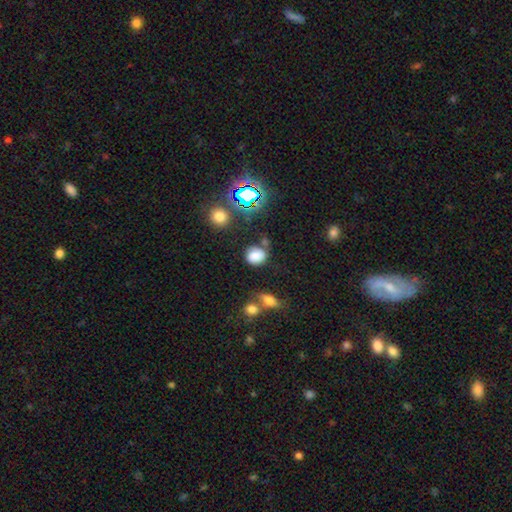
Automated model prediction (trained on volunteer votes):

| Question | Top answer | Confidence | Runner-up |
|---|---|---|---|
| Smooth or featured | smooth | 73% | star or artifact (17%) |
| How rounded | round | 65% | in between (34%) |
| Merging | none | 67% | minor disturbance (17%) |